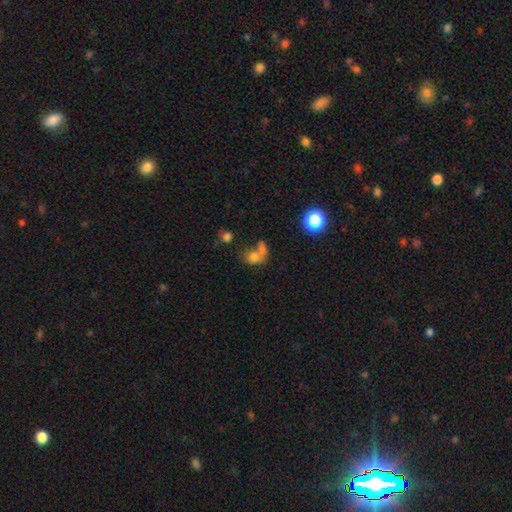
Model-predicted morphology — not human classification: smooth 67%, star or artifact 17%, featured or disk 16%. Down the decision tree: how rounded — in between (51%); merging — merger (56%).